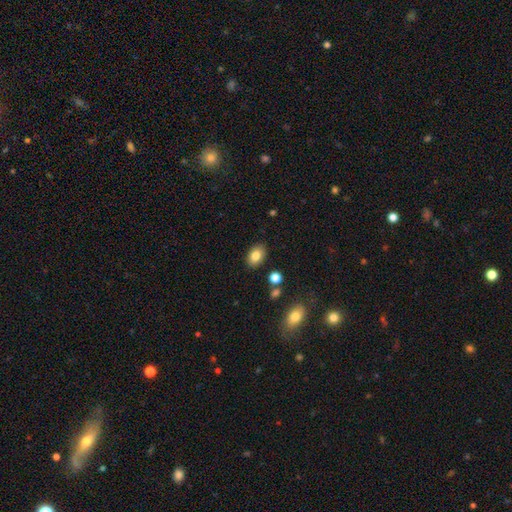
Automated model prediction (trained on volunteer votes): Smooth or featured: smooth — 82% (featured or disk — 9%)
How rounded: in between — 84% (round — 15%)
Merging: none — 86% (minor disturbance — 9%)